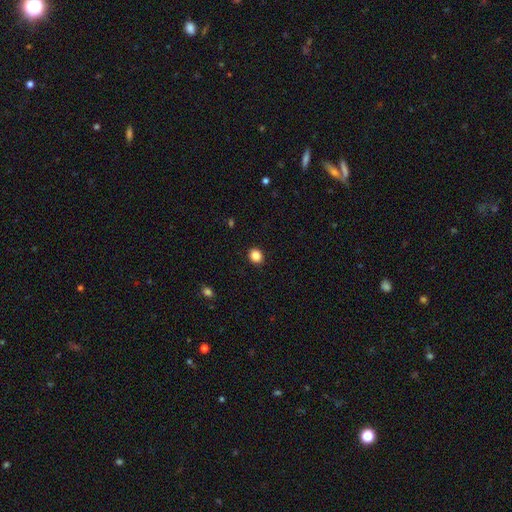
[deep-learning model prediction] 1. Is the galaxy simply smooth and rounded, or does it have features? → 86% smooth, 10% star or artifact, 3% featured or disk.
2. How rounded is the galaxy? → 72% round, 27% in between, 1% cigar-shaped.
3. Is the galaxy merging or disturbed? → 91% none, 6% minor disturbance, 2% major disturbance, 1% merger.